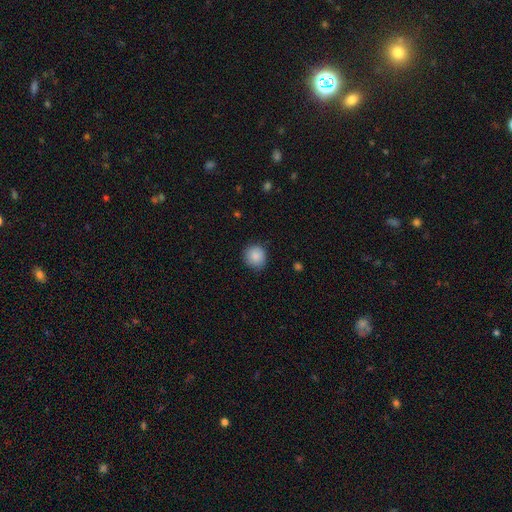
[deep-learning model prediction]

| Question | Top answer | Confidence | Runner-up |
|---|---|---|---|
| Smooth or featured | smooth | 87% | star or artifact (8%) |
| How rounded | round | 90% | in between (9%) |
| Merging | none | 83% | minor disturbance (13%) |